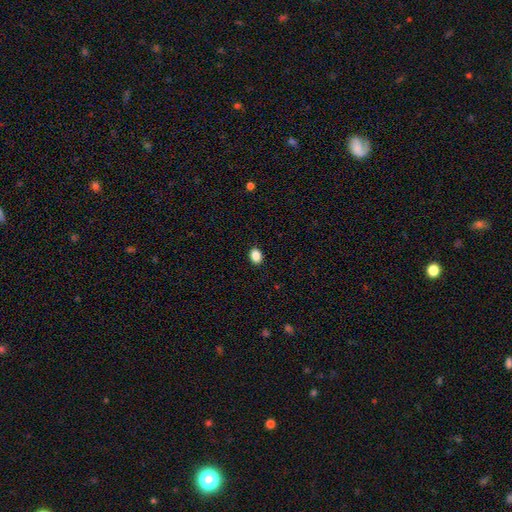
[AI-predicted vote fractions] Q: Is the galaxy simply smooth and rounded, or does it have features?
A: smooth — 87%.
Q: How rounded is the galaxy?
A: in between — 64%.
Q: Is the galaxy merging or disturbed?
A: none — 90%.